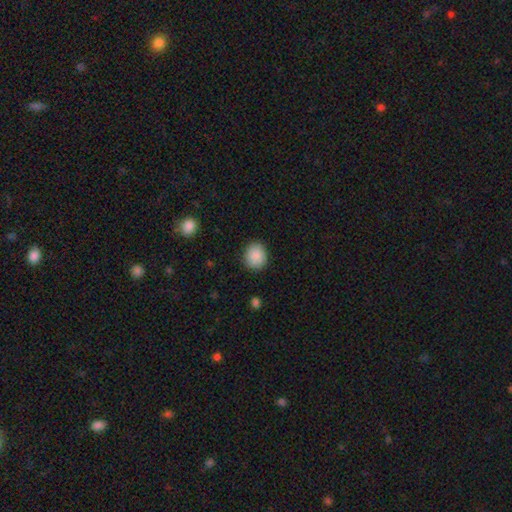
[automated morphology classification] This is clearly a smooth galaxy (88%). How rounded: likely round (79%). Merging: clearly none (88%).